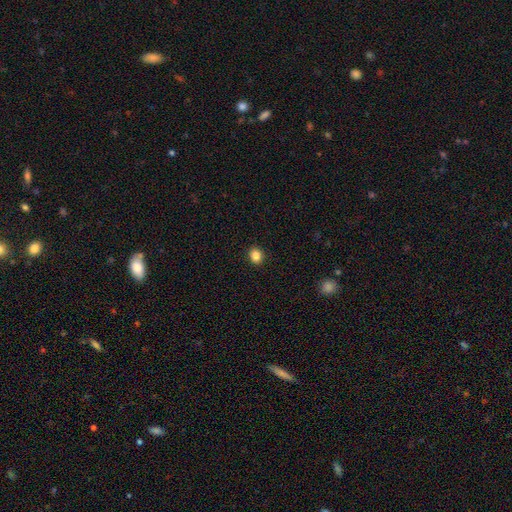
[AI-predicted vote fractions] Smooth or featured? Predicted: smooth (p=0.86). How rounded? Predicted: round (p=0.60). Merging? Predicted: none (p=0.91).